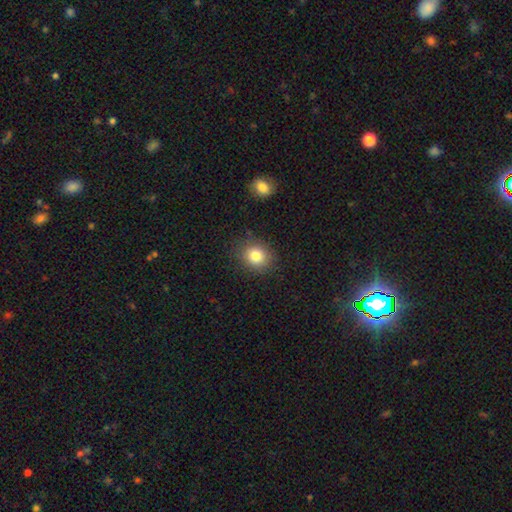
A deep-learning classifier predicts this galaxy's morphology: This appears to be a smooth galaxy with no disk features (82%) that is round (69%). Merging: none (85%).